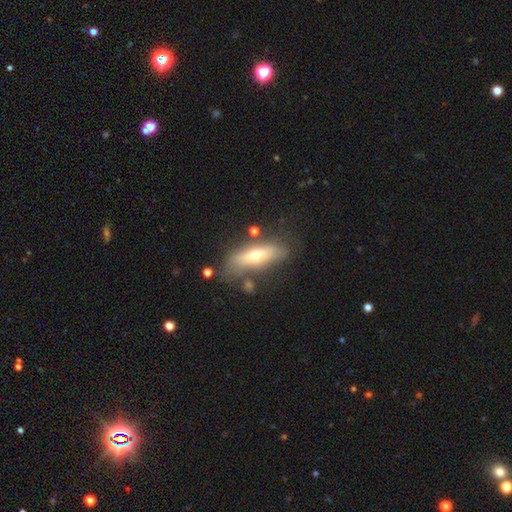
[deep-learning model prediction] smooth 50%, featured or disk 42%, star or artifact 8%. Down the decision tree: how rounded — cigar-shaped (49%); merging — none (70%).